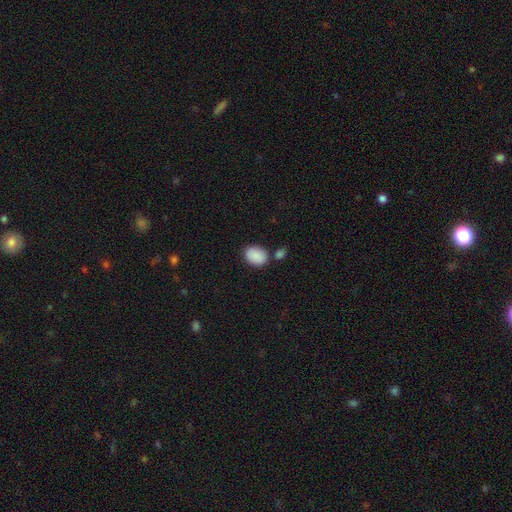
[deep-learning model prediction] Smooth or featured? Predicted: smooth (p=0.89). How rounded? Predicted: in between (p=0.78). Merging? Predicted: none (p=0.70).